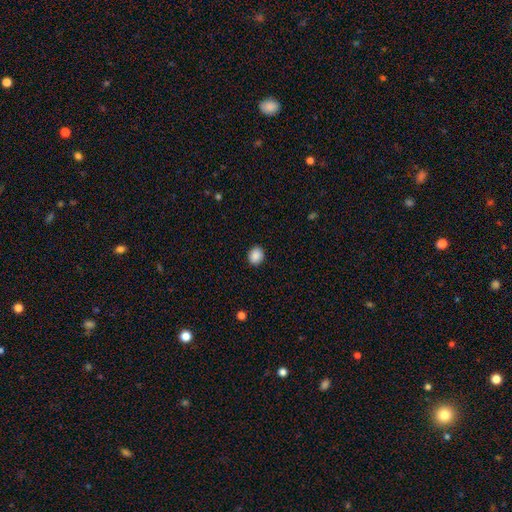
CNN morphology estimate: A smooth galaxy with no disk features (89%) that is round (59%). Merging: none (90%).